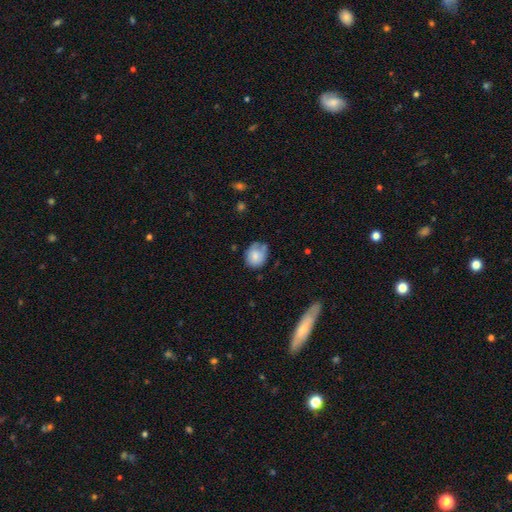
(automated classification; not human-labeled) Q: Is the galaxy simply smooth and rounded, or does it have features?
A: smooth — 75%.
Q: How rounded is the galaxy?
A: round — 65%.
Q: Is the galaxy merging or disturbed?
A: none — 53%.